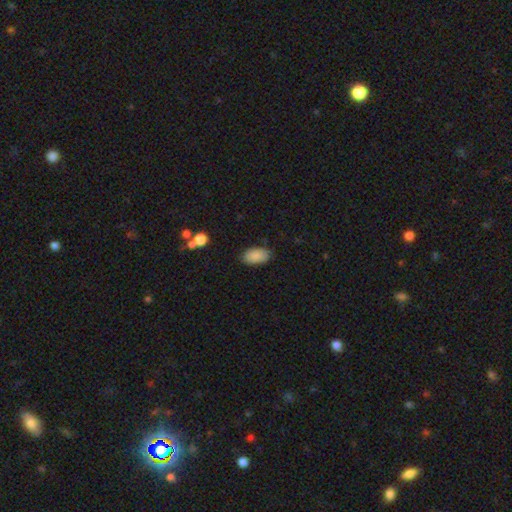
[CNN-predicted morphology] This appears to be a smooth galaxy with no disk features (87%) that is in between round and cigar-shaped (94%). Merging: none (83%).